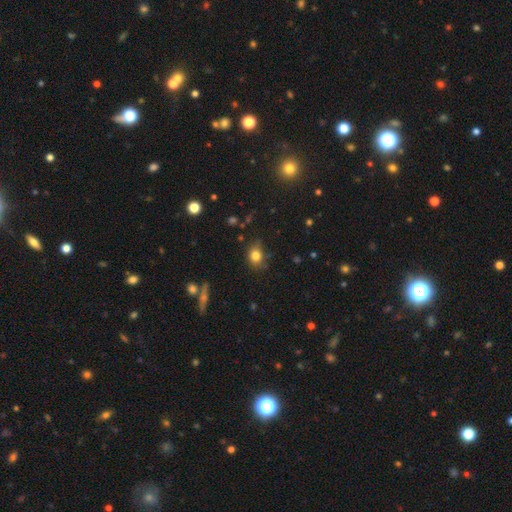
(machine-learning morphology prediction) Smooth or featured?
  - smooth: 81% *
  - star or artifact: 12%
  - featured or disk: 8%
How rounded?
  - round: 53% *
  - in between: 46%
  - cigar-shaped: 1%
Merging?
  - none: 69% *
  - minor disturbance: 23%
  - major disturbance: 6%
  - merger: 3%